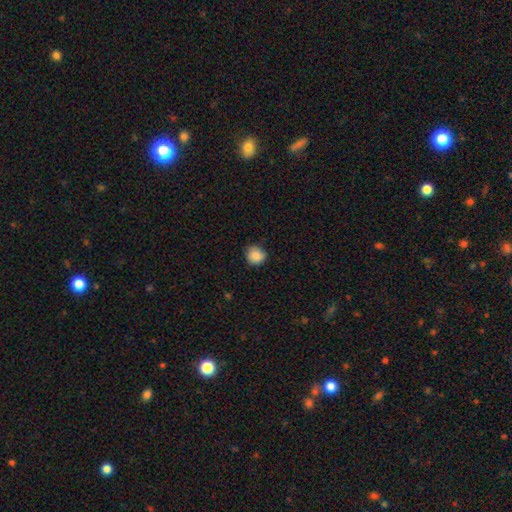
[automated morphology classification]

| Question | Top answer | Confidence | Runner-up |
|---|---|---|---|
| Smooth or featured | smooth | 87% | star or artifact (9%) |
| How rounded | round | 89% | in between (10%) |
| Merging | none | 79% | minor disturbance (17%) |